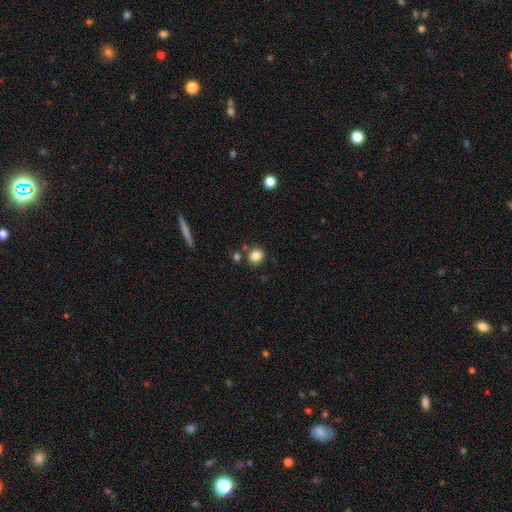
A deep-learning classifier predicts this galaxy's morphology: This is clearly a smooth galaxy (83%). How rounded: likely round (69%). Merging: likely none (77%).